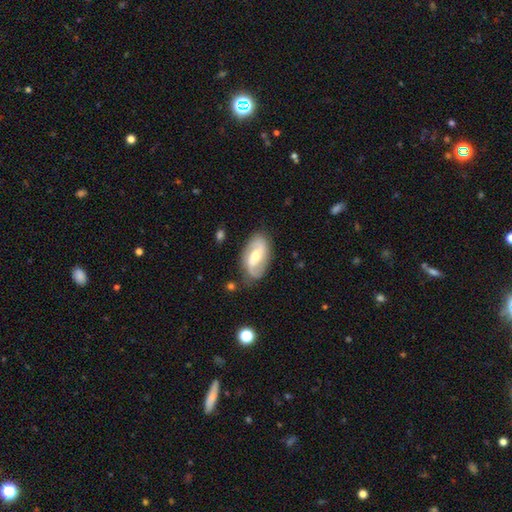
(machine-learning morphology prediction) type=featured or disk (77%); edge-on=no (95%); bar=weak (43%); spiral arms=yes (89%); winding=medium (41%); arm count=2 (87%); bulge=moderate (65%); merging=none (78%).